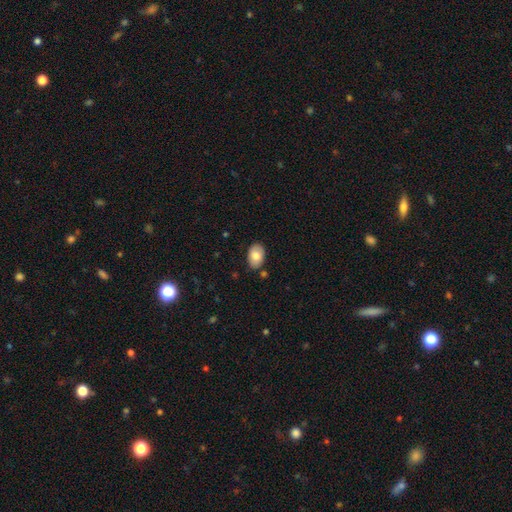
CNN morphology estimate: A smooth galaxy with no disk features (80%) that is in between round and cigar-shaped (89%). Merging: none (83%).